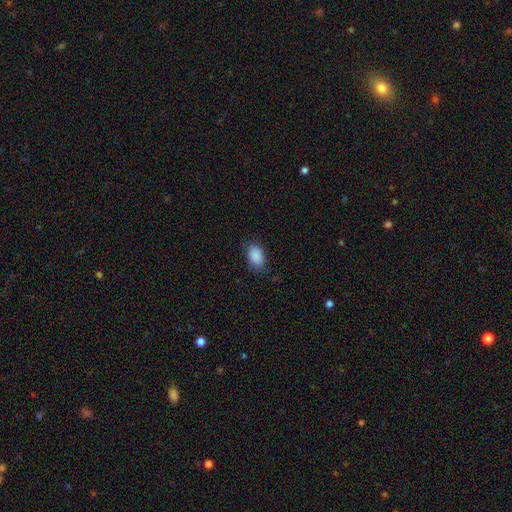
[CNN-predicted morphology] smooth 89%, star or artifact 7%, featured or disk 3%. Down the decision tree: how rounded — in between (88%); merging — none (80%).